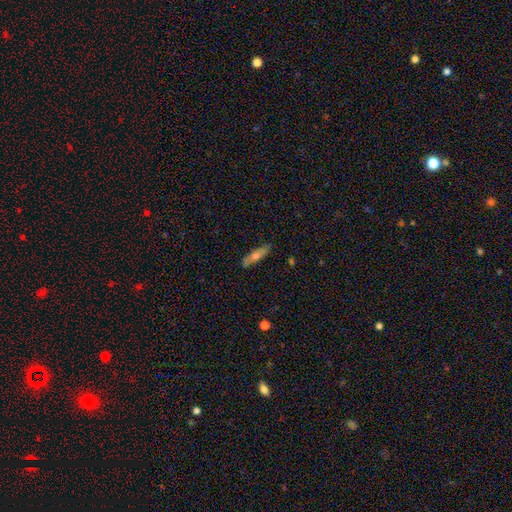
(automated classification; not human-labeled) smooth 50%, featured or disk 43%, star or artifact 7%. Down the decision tree: merging — none (85%).